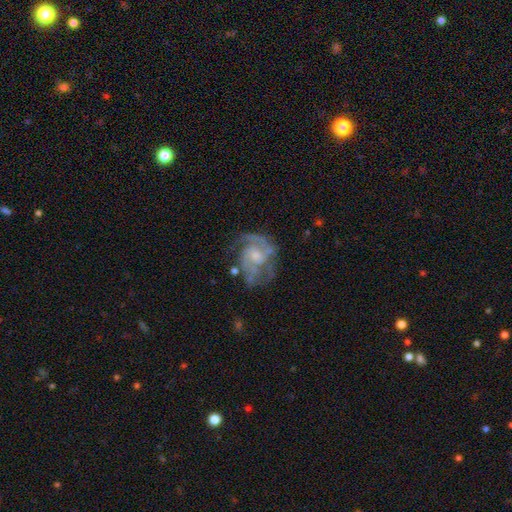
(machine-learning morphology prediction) Q: Smooth or featured?
A: featured or disk (86%); runner-up: smooth (8%)
Q: Edge-on disk?
A: no (98%); runner-up: yes (2%)
Q: Bar?
A: no (62%); runner-up: weak (33%)
Q: Spiral arms?
A: yes (93%); runner-up: no (7%)
Q: Spiral winding?
A: medium (48%); runner-up: tight (37%)
Q: Spiral arm count?
A: 2 (62%); runner-up: can't tell (14%)
Q: Bulge size?
A: moderate (42%); runner-up: small (41%)
Q: Merging?
A: none (56%); runner-up: minor disturbance (22%)